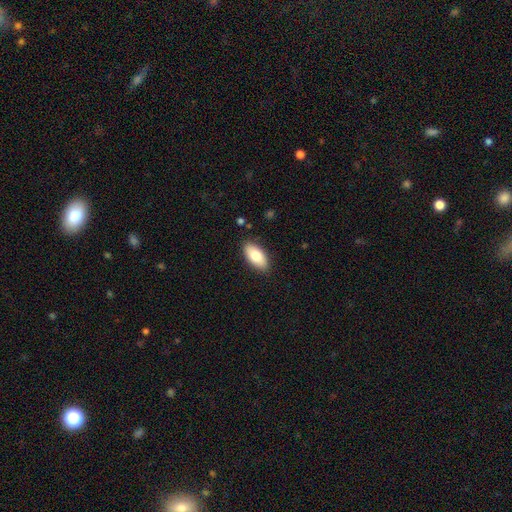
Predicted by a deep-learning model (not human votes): A smooth galaxy with no disk features (80%) that is in between round and cigar-shaped (92%).

Vote fractions:
- Smooth or featured? smooth: 80% / featured or disk: 14% / star or artifact: 6%
- How rounded? in between: 92% / cigar-shaped: 6% / round: 2%
- Merging? none: 88% / minor disturbance: 9% / major disturbance: 2% / merger: 1%